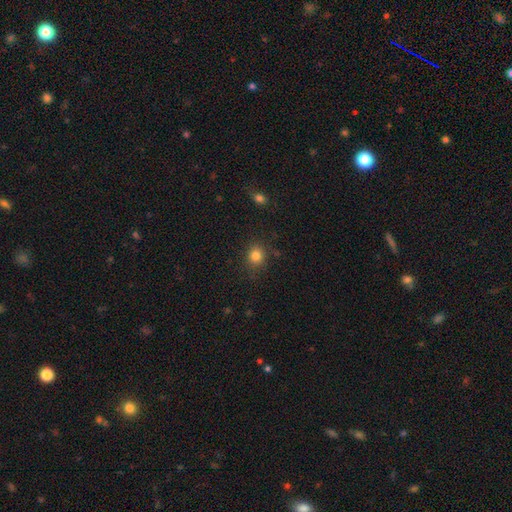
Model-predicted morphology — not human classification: smooth-or-featured: smooth: 82% | star or artifact: 12% | featured or disk: 5%
  how-rounded: round: 78% | in between: 21% | cigar-shaped: 1%
  merging: none: 85% | minor disturbance: 10% | major disturbance: 3% | merger: 2%